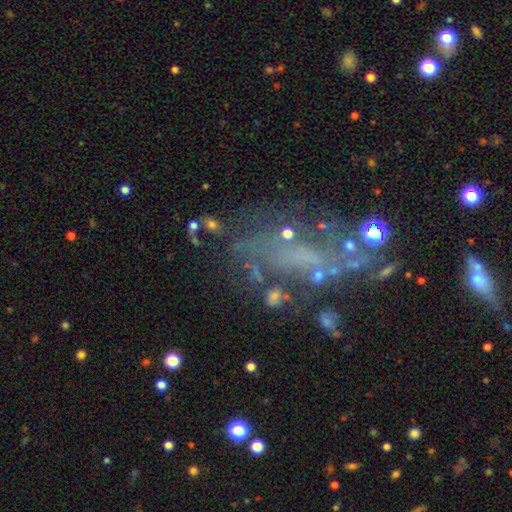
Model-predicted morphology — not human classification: smooth_or_featured: featured or disk (p=0.62) [alt: star or artifact p=0.20]
disk_edge_on: no (p=0.92) [alt: yes p=0.08]
bar: no (p=0.62) [alt: weak p=0.27]
has_spiral_arms: yes (p=0.52) [alt: no p=0.48]
bulge_size: none (p=0.49) [alt: small p=0.36]
merging: none (p=0.51) [alt: major disturbance p=0.22]